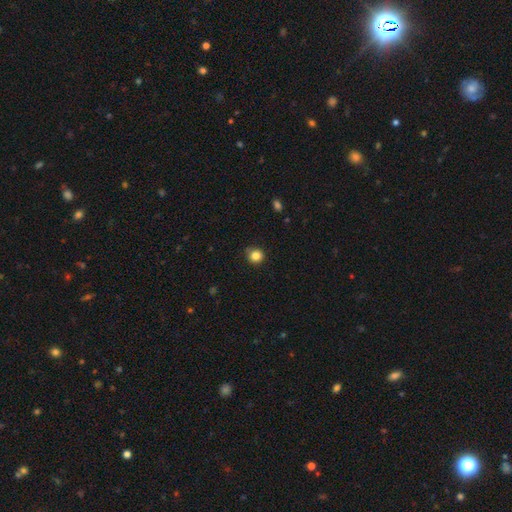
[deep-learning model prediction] smooth-or-featured: smooth: 84% | star or artifact: 12% | featured or disk: 5%
  how-rounded: round: 92% | in between: 7% | cigar-shaped: 1%
  merging: none: 85% | minor disturbance: 11% | major disturbance: 2% | merger: 1%